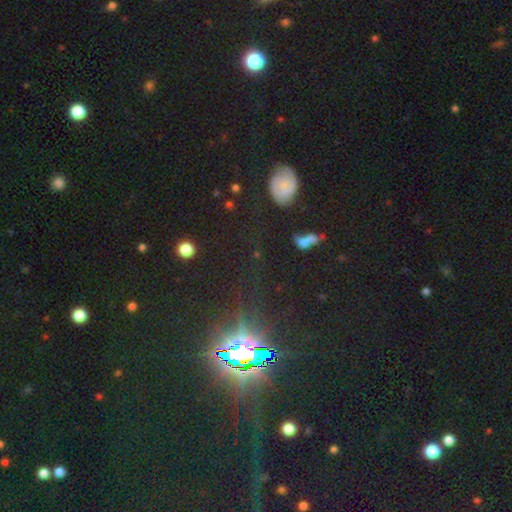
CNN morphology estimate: The model was most divided on "smooth or featured": star or artifact: 75%, smooth: 15%, featured or disk: 9%.